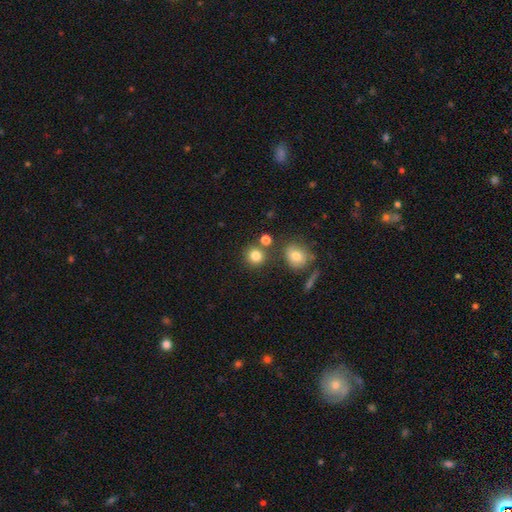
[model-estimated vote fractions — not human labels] smooth 81%, star or artifact 13%, featured or disk 6%. Down the decision tree: how rounded — round (89%); merging — none (76%).